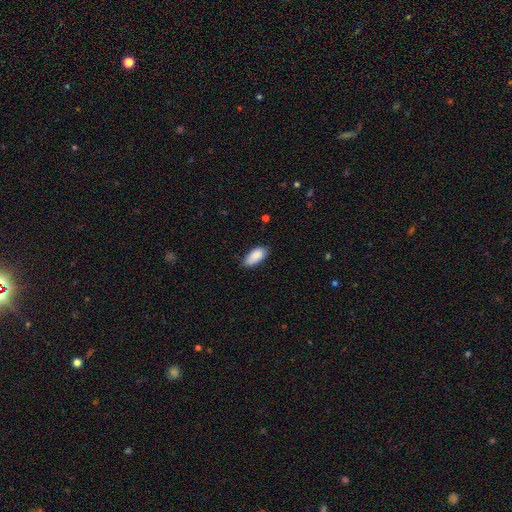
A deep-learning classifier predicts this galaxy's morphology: A smooth galaxy with no disk features (88%) that is in between round and cigar-shaped (90%).

Vote fractions:
- Smooth or featured? smooth: 88% / star or artifact: 6% / featured or disk: 6%
- How rounded? in between: 90% / cigar-shaped: 8% / round: 2%
- Merging? none: 71% / minor disturbance: 25% / major disturbance: 3% / merger: 1%